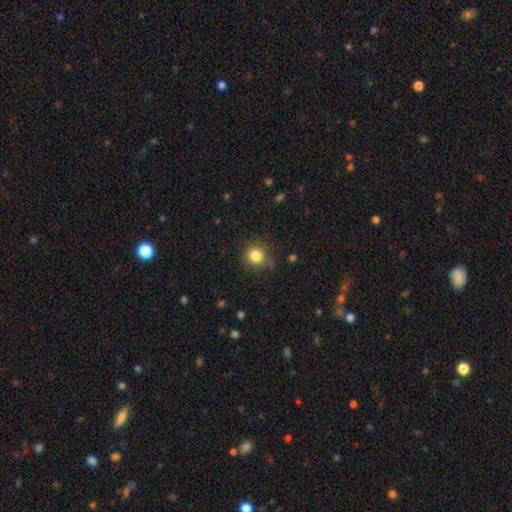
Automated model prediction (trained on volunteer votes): smooth 83%, star or artifact 12%, featured or disk 5%. Down the decision tree: how rounded — round (90%); merging — none (78%).